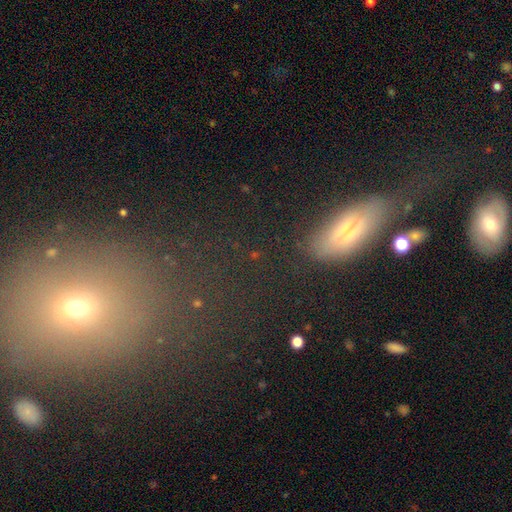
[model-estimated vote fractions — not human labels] The model was most divided on "smooth or featured": smooth: 55%, star or artifact: 23%, featured or disk: 22%. More confident: how rounded — in between (66%); merging — none (57%).